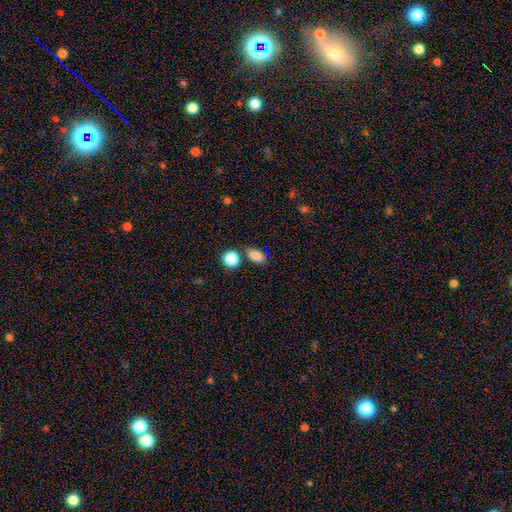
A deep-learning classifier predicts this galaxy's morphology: This is clearly a smooth galaxy (83%). How rounded: clearly in between (80%). Merging: likely none (79%).